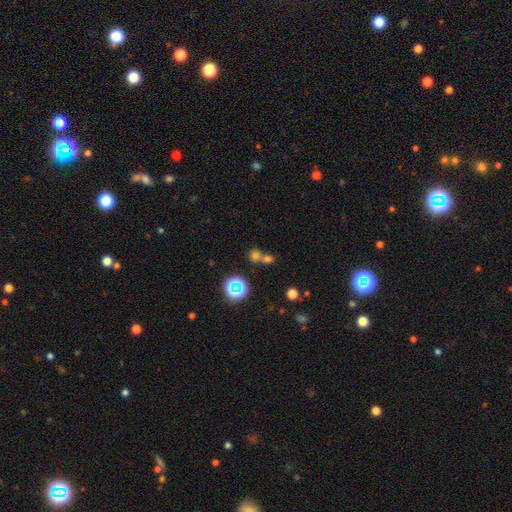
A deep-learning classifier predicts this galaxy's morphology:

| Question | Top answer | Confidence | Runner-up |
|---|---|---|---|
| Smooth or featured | smooth | 62% | star or artifact (27%) |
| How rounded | round | 75% | in between (23%) |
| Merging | merger | 51% | none (39%) |